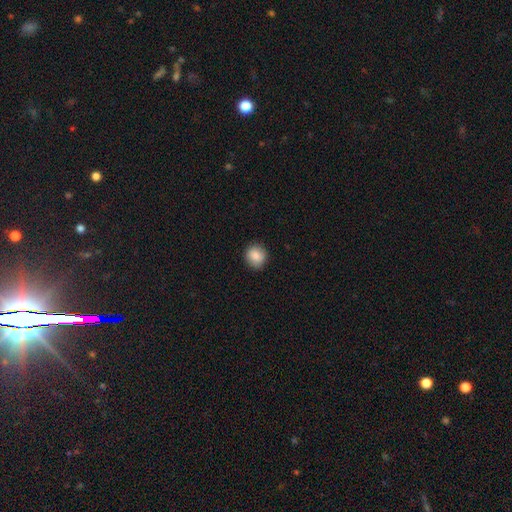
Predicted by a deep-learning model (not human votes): Q: Smooth or featured?
A: smooth (86%); runner-up: star or artifact (8%)
Q: How rounded?
A: round (85%); runner-up: in between (14%)
Q: Merging?
A: none (87%); runner-up: minor disturbance (10%)